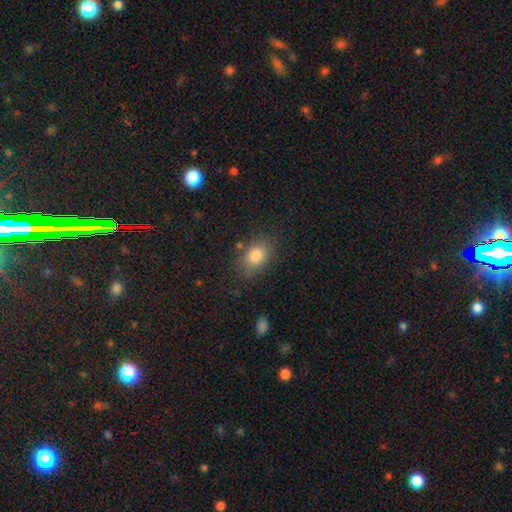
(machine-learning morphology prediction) A smooth galaxy with no disk features (82%) that is in between round and cigar-shaped (75%).

Vote fractions:
- Smooth or featured? smooth: 82% / star or artifact: 9% / featured or disk: 9%
- How rounded? in between: 75% / round: 23% / cigar-shaped: 1%
- Merging? none: 77% / minor disturbance: 15% / major disturbance: 5% / merger: 3%